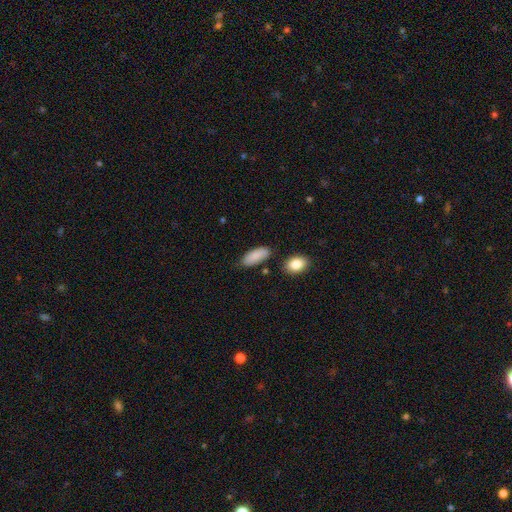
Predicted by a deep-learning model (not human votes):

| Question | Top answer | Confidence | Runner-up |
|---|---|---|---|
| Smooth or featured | smooth | 88% | star or artifact (6%) |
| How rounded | in between | 85% | cigar-shaped (13%) |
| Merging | none | 76% | minor disturbance (16%) |